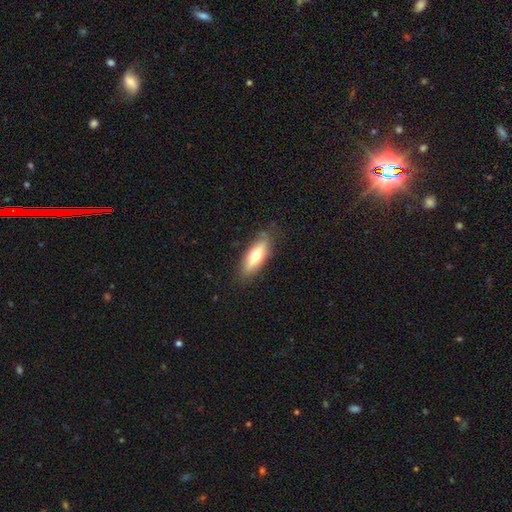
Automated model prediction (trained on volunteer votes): A smooth galaxy with no disk features (60%) that is in between round and cigar-shaped (55%).

Vote fractions:
- Smooth or featured? smooth: 60% / featured or disk: 34% / star or artifact: 6%
- How rounded? in between: 55% / cigar-shaped: 43% / round: 2%
- Merging? none: 82% / minor disturbance: 14% / major disturbance: 3% / merger: 1%